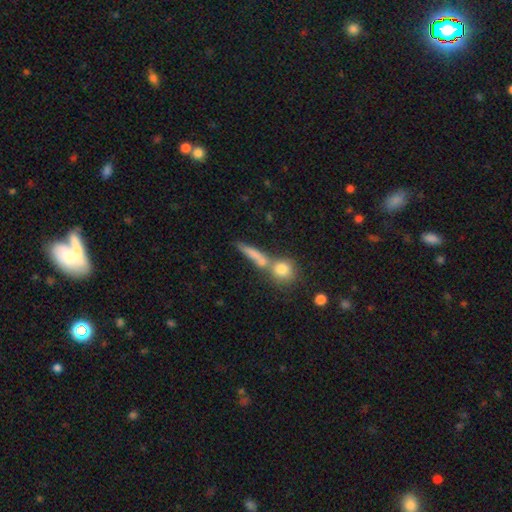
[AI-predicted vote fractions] Smooth or featured? Predicted: smooth (p=0.71). How rounded? Predicted: cigar-shaped (p=0.62). Merging? Predicted: none (p=0.45).